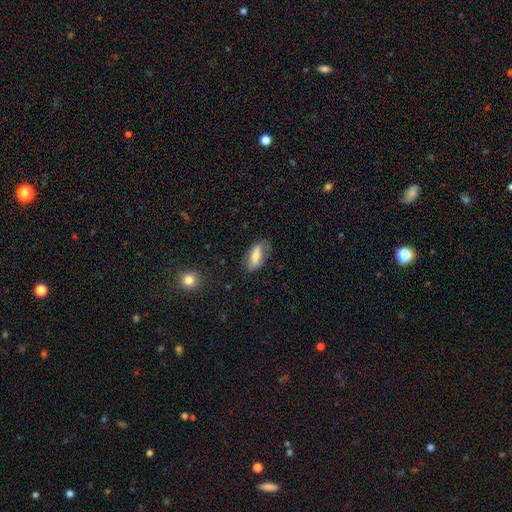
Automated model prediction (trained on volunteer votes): Smooth or featured: smooth — 66% (featured or disk — 27%)
How rounded: in between — 81% (cigar-shaped — 16%)
Merging: none — 71% (minor disturbance — 21%)